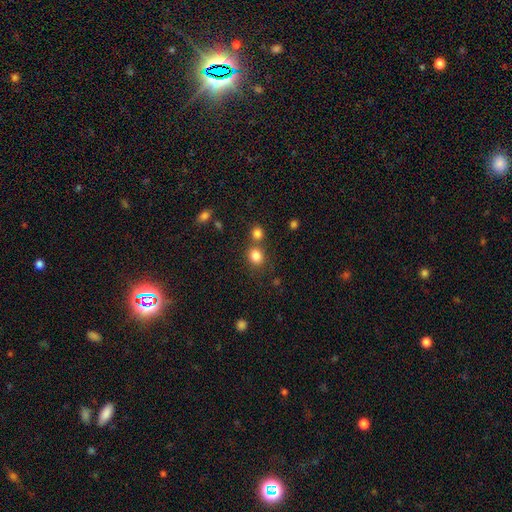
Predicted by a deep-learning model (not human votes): Overall: smooth (82%). How rounded: round (74%). Merging: none (64%).